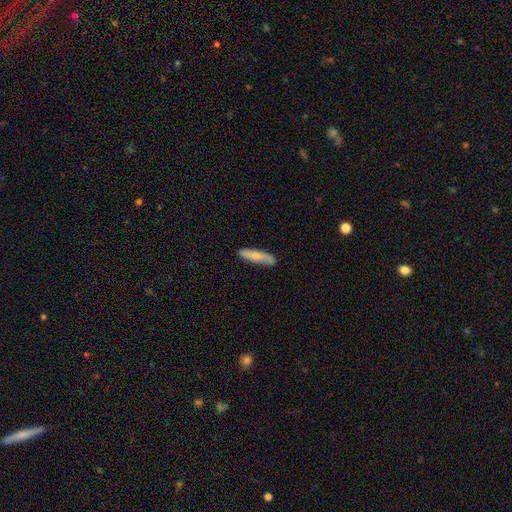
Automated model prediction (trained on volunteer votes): smooth-or-featured: smooth: 72% | featured or disk: 23% | star or artifact: 5%
  how-rounded: cigar-shaped: 75% | in between: 23% | round: 2%
  merging: none: 81% | minor disturbance: 14% | major disturbance: 3% | merger: 2%